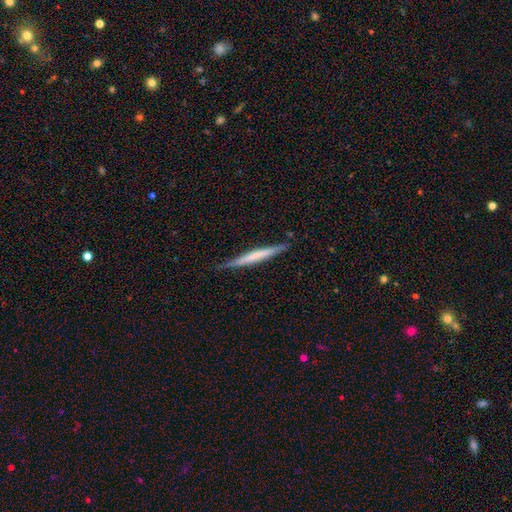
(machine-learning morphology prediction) This appears to be a featured or disk galaxy (49%). Merging: none (87%).